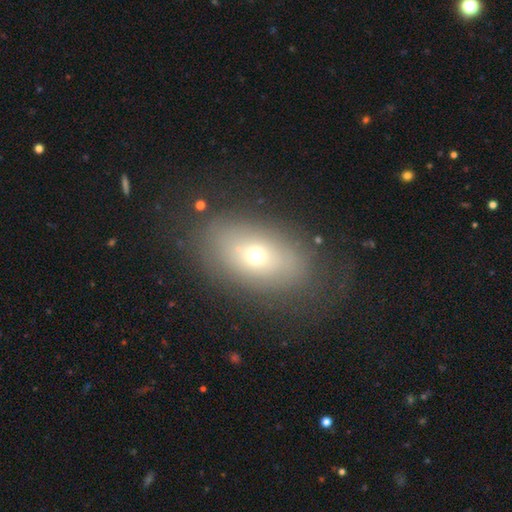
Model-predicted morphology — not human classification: A smooth galaxy with no disk features (57%) that is in between round and cigar-shaped (83%).

Vote fractions:
- Smooth or featured? smooth: 57% / featured or disk: 31% / star or artifact: 12%
- How rounded? in between: 83% / round: 13% / cigar-shaped: 4%
- Merging? none: 75% / minor disturbance: 15% / major disturbance: 9% / merger: 2%